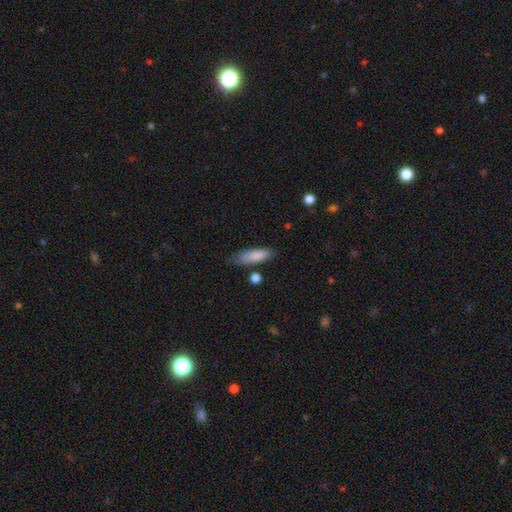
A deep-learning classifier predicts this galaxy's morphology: This is clearly a smooth galaxy (84%). How rounded: possibly cigar-shaped (50%). Merging: likely none (68%).